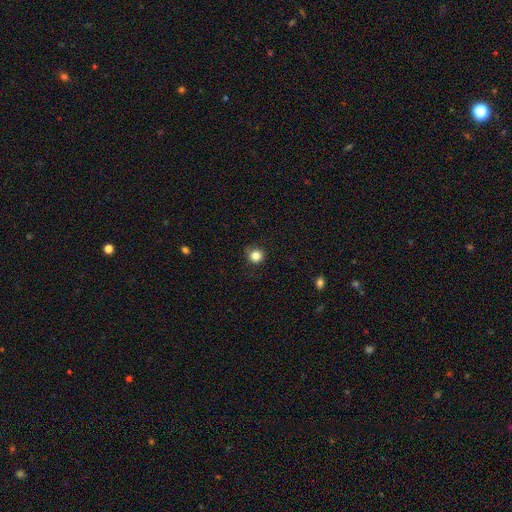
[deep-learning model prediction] Overall: smooth (83%). How rounded: round (92%). Merging: none (85%).